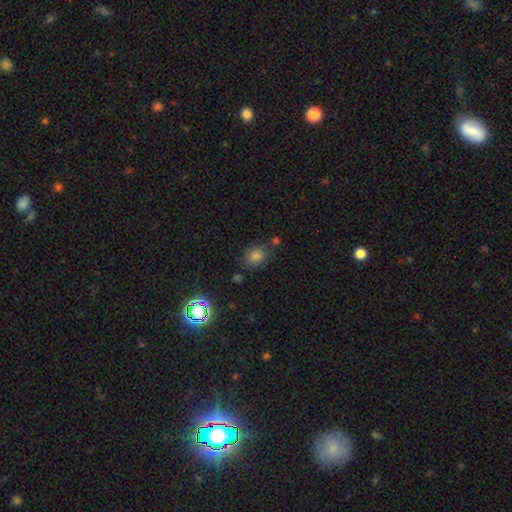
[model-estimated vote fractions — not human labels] Smooth or featured? smooth (72%)
How rounded? round (56%)
Merging? none (75%)